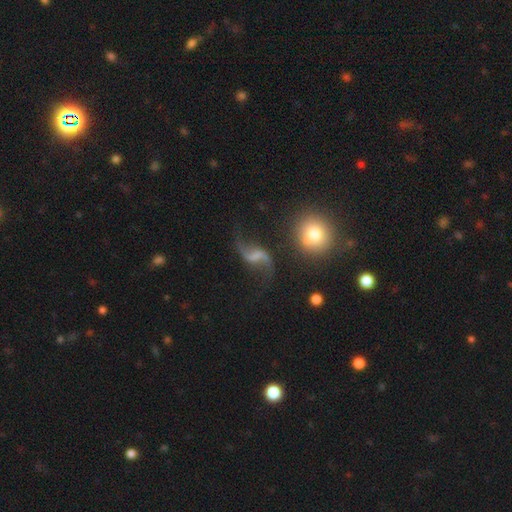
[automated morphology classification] This appears to be a featured or disk galaxy (83%) with a weak bar (45%), 2 (93%) loose (92%) spiral arms (94%) and no central bulge (53%). Merging: none (65%).